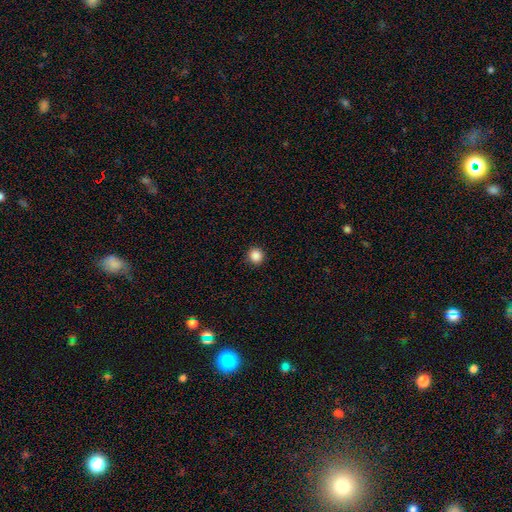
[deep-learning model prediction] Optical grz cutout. It shows a smooth galaxy with no disk features (87%) that is round (93%). Merging: none (91%).